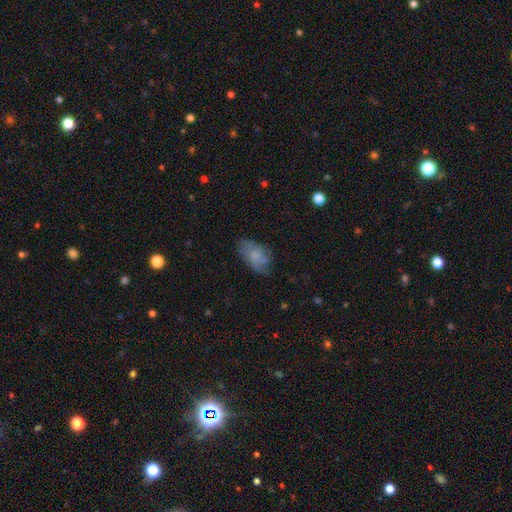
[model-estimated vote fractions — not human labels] smooth 72%, featured or disk 20%, star or artifact 8%. Down the decision tree: how rounded — in between (91%); merging — none (60%).